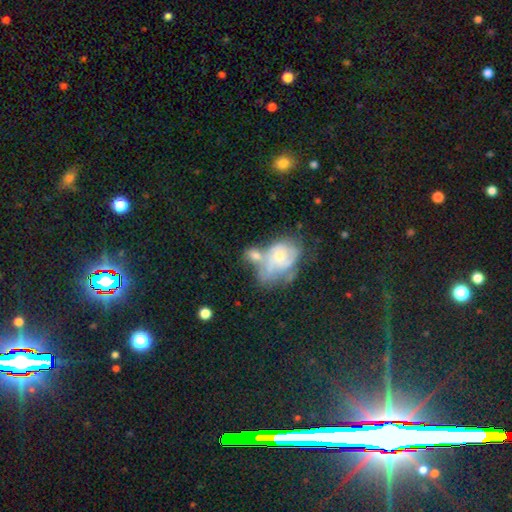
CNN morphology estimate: Smooth or featured? featured or disk (52%)
Edge-on disk? no (96%)
Bar? no (76%)
Spiral arms? yes (60%)
Bulge size? moderate (55%)
Merging? merger (49%)